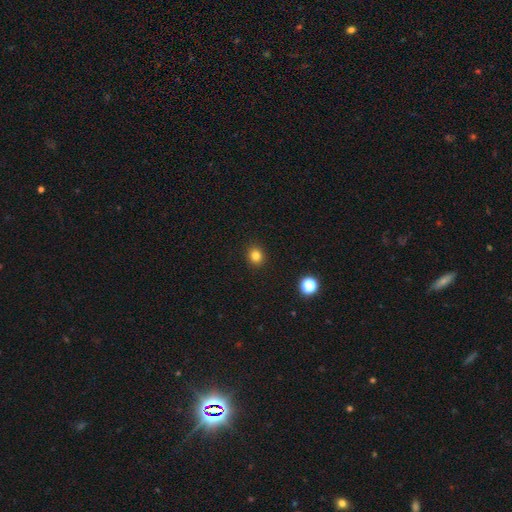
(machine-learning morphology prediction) A smooth galaxy with no disk features (82%) that is round (81%). Merging: none (92%).